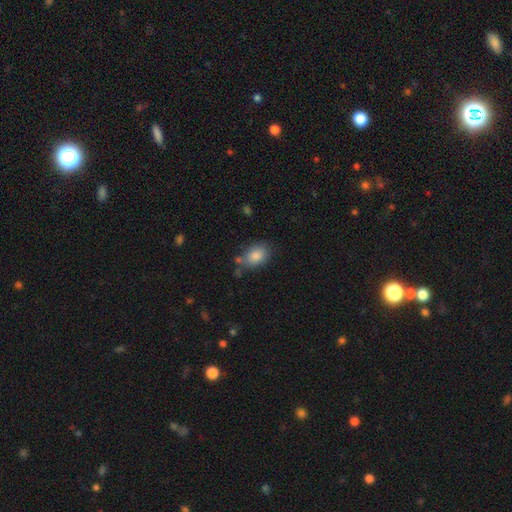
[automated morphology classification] smooth-or-featured: smooth: 85% | star or artifact: 8% | featured or disk: 7%
  how-rounded: in between: 75% | round: 24% | cigar-shaped: 1%
  merging: none: 65% | minor disturbance: 20% | merger: 9% | major disturbance: 6%